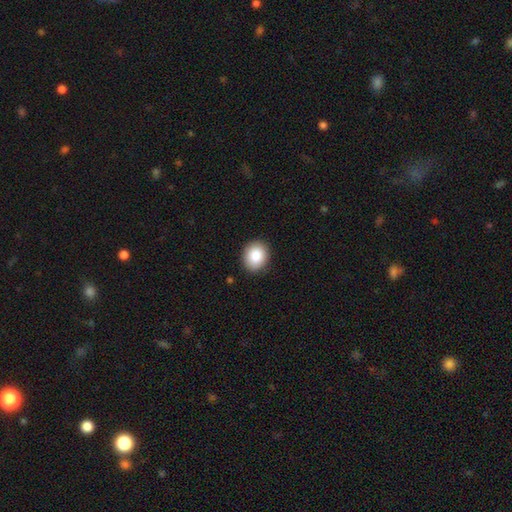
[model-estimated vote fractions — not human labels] smooth_or_featured: smooth (p=0.88) [alt: star or artifact p=0.08]
how_rounded: round (p=0.57) [alt: in between p=0.42]
merging: none (p=0.89) [alt: minor disturbance p=0.08]